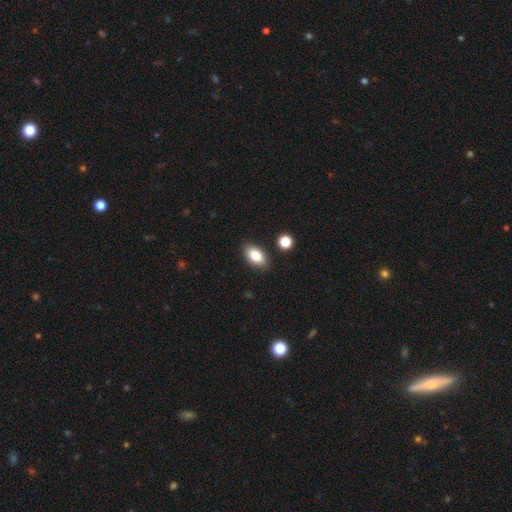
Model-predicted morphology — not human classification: A smooth galaxy with no disk features (82%) that is in between round and cigar-shaped (91%).

Vote fractions:
- Smooth or featured? smooth: 82% / featured or disk: 10% / star or artifact: 8%
- How rounded? in between: 91% / round: 6% / cigar-shaped: 3%
- Merging? none: 85% / minor disturbance: 9% / merger: 3% / major disturbance: 2%